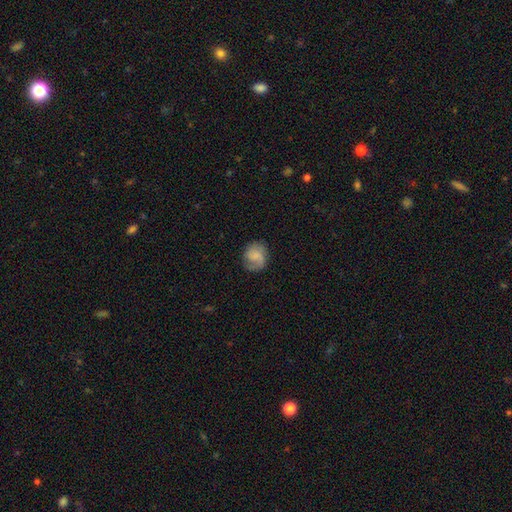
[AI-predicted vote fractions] Smooth or featured?
  - smooth: 54% *
  - featured or disk: 38%
  - star or artifact: 8%
How rounded?
  - round: 70% *
  - in between: 29%
  - cigar-shaped: 1%
Merging?
  - none: 69% *
  - minor disturbance: 20%
  - major disturbance: 10%
  - merger: 1%